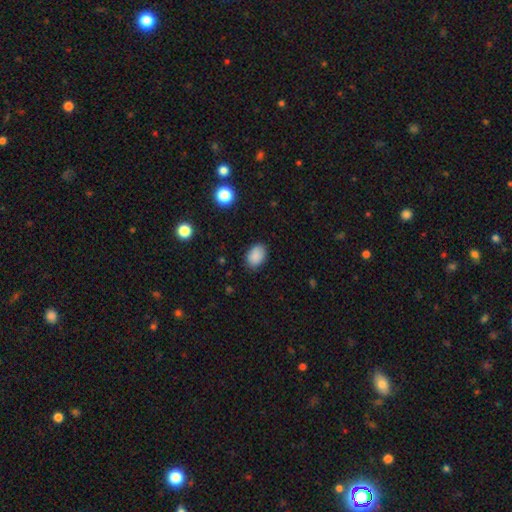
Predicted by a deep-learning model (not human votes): smooth_or_featured: smooth (p=0.88) [alt: star or artifact p=0.08]
how_rounded: in between (p=0.81) [alt: round p=0.18]
merging: none (p=0.84) [alt: minor disturbance p=0.12]